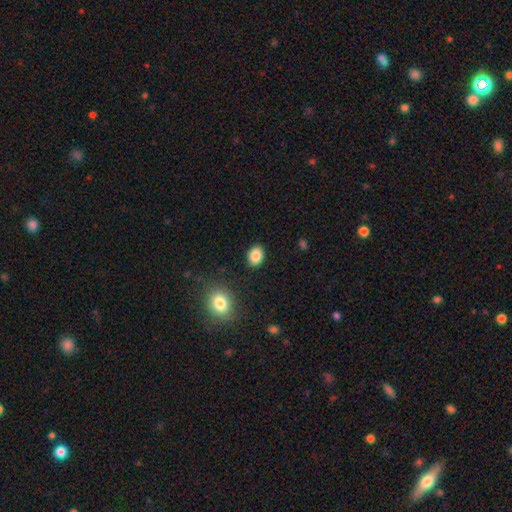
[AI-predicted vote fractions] This is clearly a smooth galaxy (86%). How rounded: likely in between (63%). Merging: clearly none (88%).